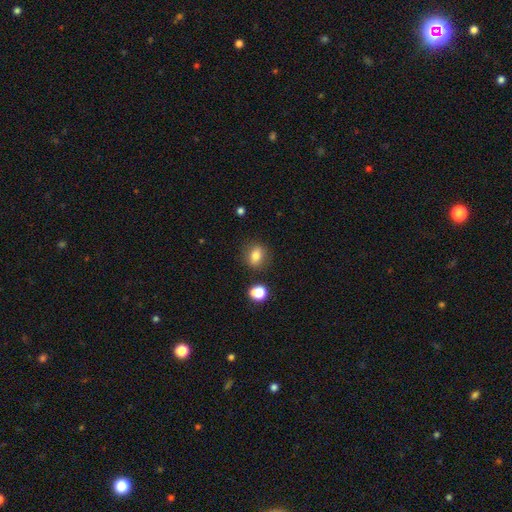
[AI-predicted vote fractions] Q: Smooth or featured?
A: smooth (78%); runner-up: star or artifact (11%)
Q: How rounded?
A: in between (50%); runner-up: round (47%)
Q: Merging?
A: none (83%); runner-up: minor disturbance (10%)